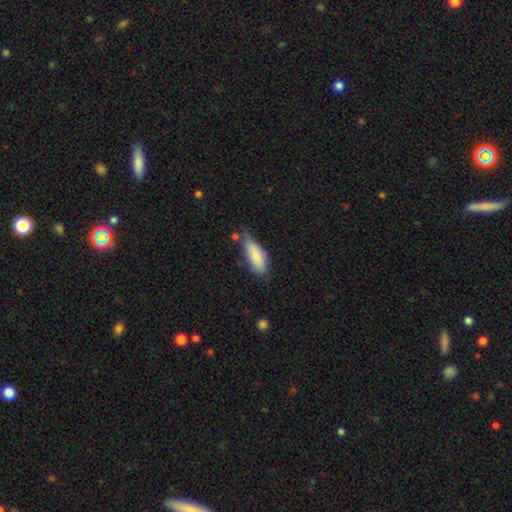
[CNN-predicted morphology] Smooth or featured? smooth (82%)
How rounded? in between (73%)
Merging? none (44%)